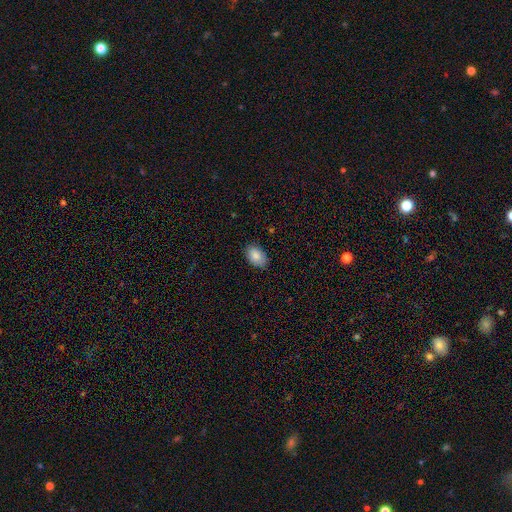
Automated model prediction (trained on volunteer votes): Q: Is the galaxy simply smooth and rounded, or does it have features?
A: smooth — 85%.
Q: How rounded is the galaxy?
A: in between — 88%.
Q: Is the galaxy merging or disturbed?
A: none — 83%.